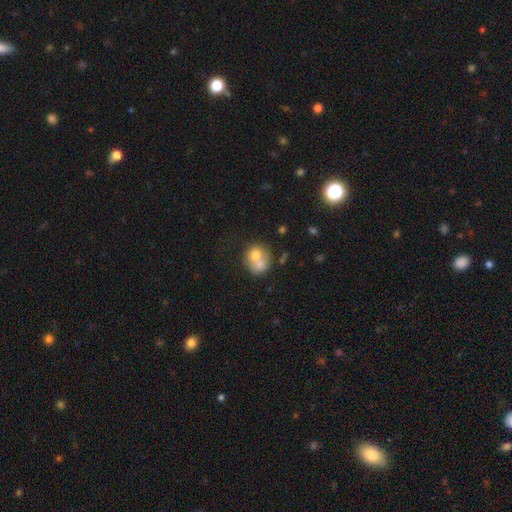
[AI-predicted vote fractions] Smooth or featured?
  - smooth: 67% *
  - featured or disk: 24%
  - star or artifact: 9%
How rounded?
  - round: 73% *
  - in between: 26%
  - cigar-shaped: 1%
Merging?
  - merger: 63% *
  - none: 25%
  - minor disturbance: 8%
  - major disturbance: 4%